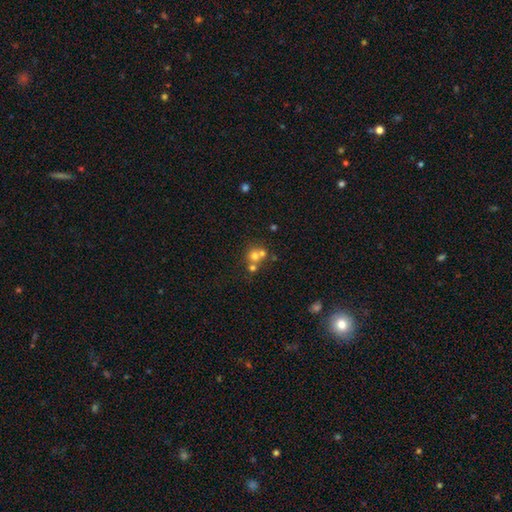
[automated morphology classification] This appears to be a smooth galaxy with no disk features (63%) that is round (84%). Merging: merger (51%).